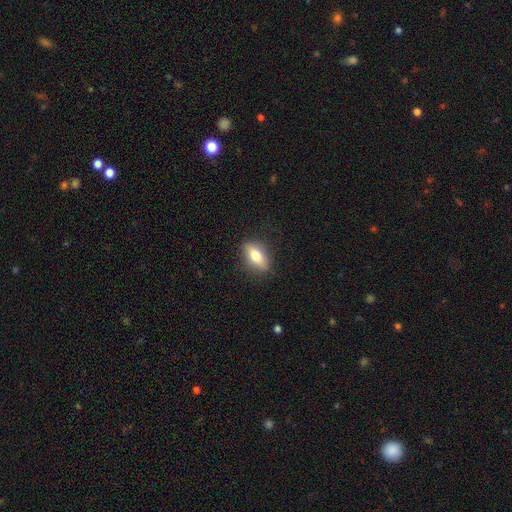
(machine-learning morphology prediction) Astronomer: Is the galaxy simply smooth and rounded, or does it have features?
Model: smooth — 72%.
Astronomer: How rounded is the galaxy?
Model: in between — 80%.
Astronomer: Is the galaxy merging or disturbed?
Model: none — 85%.